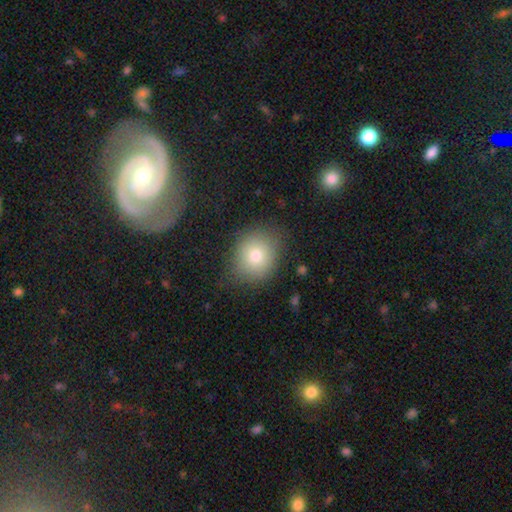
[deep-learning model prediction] Smooth or featured: smooth — 78% (featured or disk — 11%)
How rounded: round — 71% (in between — 28%)
Merging: none — 80% (minor disturbance — 14%)